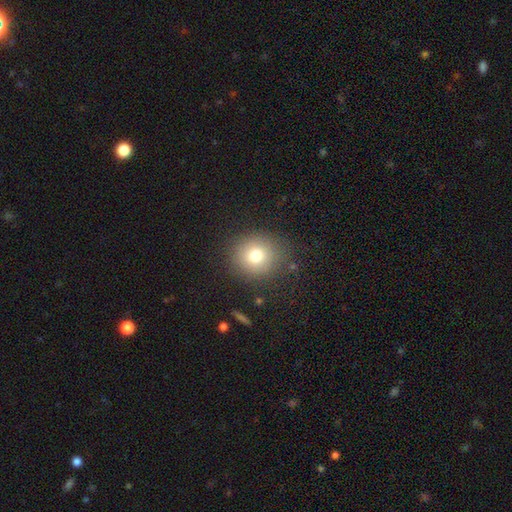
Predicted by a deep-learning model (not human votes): Morphology: type=smooth (76%); roundness=round (86%); merging=none (84%).